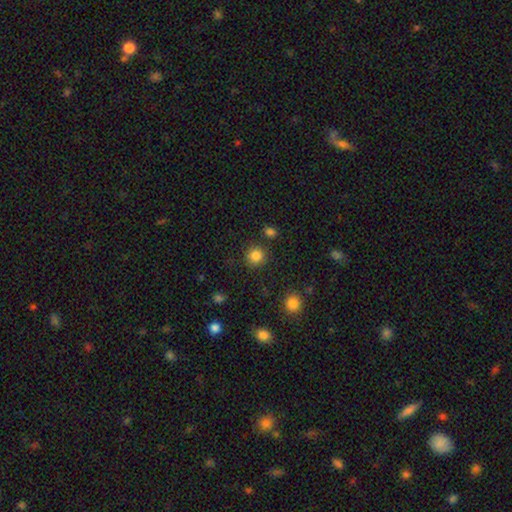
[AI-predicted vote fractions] The model was most divided on "smooth or featured": smooth: 84%, star or artifact: 12%, featured or disk: 4%. More confident: how rounded — round (92%); merging — none (85%).